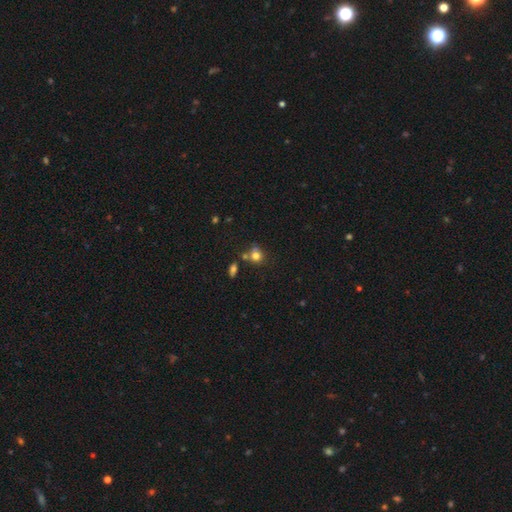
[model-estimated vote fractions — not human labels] smooth_or_featured: smooth (p=0.77) [alt: star or artifact p=0.13]
how_rounded: round (p=0.75) [alt: in between p=0.24]
merging: none (p=0.55) [alt: merger p=0.23]